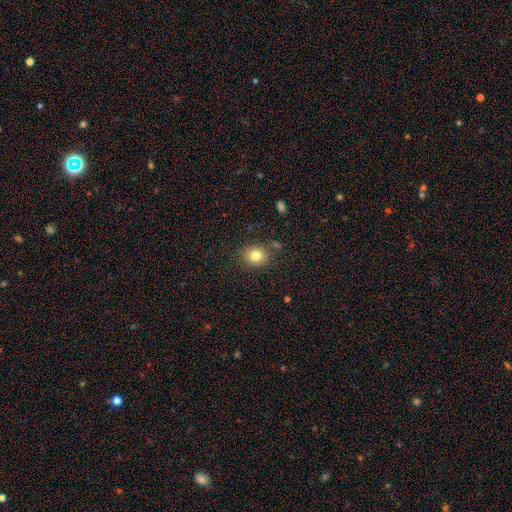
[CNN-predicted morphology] Smooth or featured? smooth (80%)
How rounded? round (75%)
Merging? none (82%)